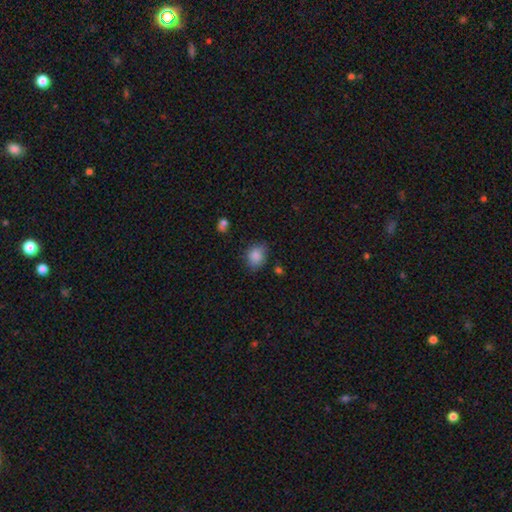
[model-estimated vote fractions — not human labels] Smooth or featured?
  - smooth: 86% *
  - star or artifact: 9%
  - featured or disk: 5%
How rounded?
  - round: 50% *
  - in between: 49%
  - cigar-shaped: 1%
Merging?
  - none: 69% *
  - minor disturbance: 23%
  - major disturbance: 5%
  - merger: 3%